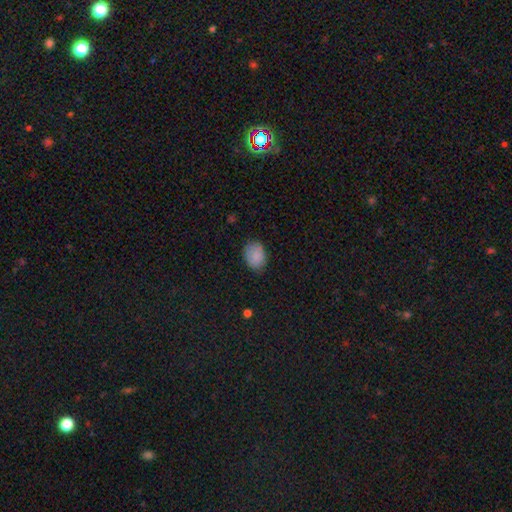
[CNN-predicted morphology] A smooth galaxy with no disk features (87%) that is in between round and cigar-shaped (70%). Merging: none (75%).